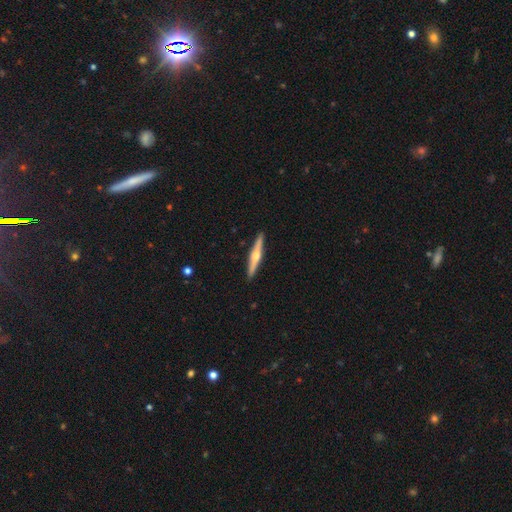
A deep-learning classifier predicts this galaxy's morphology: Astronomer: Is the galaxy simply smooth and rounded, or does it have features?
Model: featured or disk — 70%.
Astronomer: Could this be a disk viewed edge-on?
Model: yes — 98%.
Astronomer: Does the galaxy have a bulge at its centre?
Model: rounded — 93%.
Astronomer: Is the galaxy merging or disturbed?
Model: none — 92%.